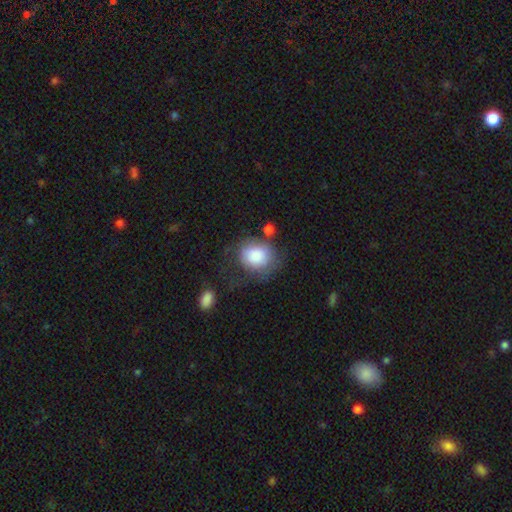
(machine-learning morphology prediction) smooth 78%, featured or disk 15%, star or artifact 7%. Down the decision tree: how rounded — round (68%); merging — none (47%).